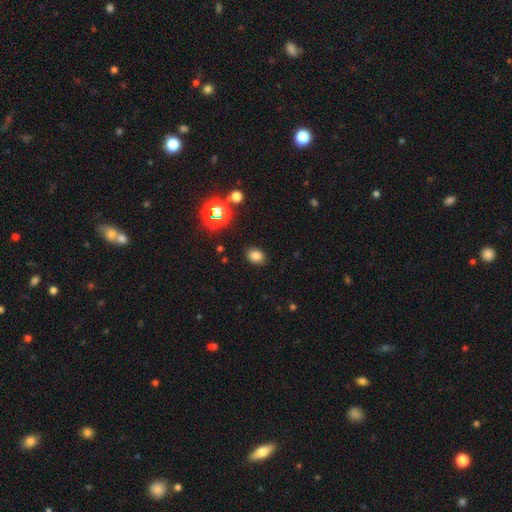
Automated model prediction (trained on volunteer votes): Smooth or featured? smooth (77%)
How rounded? in between (62%)
Merging? none (87%)